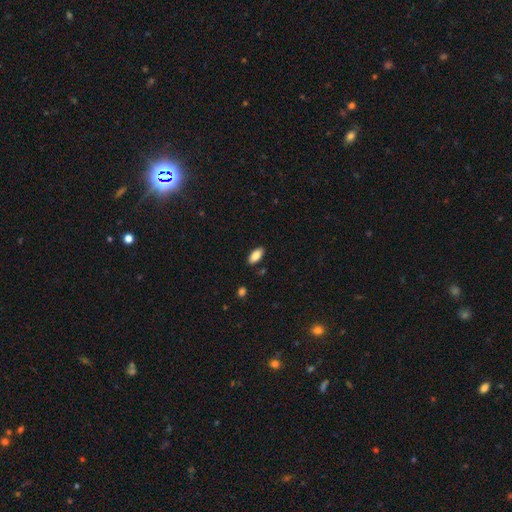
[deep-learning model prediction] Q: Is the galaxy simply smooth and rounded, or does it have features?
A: smooth — 86%.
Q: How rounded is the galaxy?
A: in between — 89%.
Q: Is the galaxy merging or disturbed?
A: none — 87%.